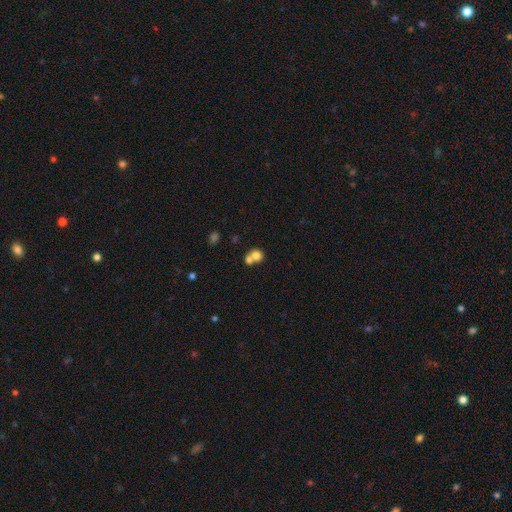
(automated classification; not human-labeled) The model was most divided on "merging": merger: 57%, none: 34%, minor disturbance: 6%, major disturbance: 3%. More confident: how rounded — round (78%); smooth or featured — smooth (76%).